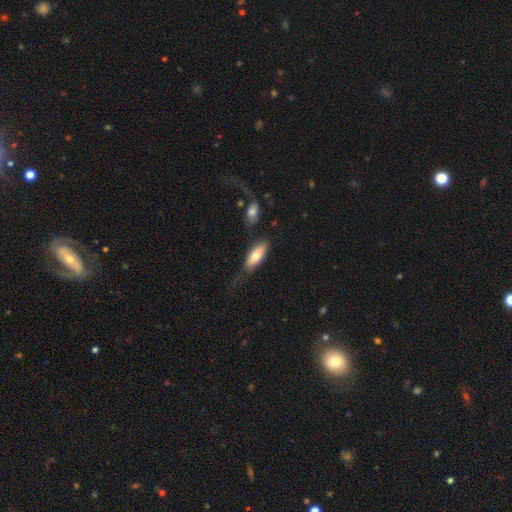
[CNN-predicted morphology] smooth_or_featured: smooth (p=0.74) [alt: featured or disk p=0.20]
how_rounded: in between (p=0.76) [alt: cigar-shaped p=0.22]
merging: none (p=0.56) [alt: minor disturbance p=0.22]